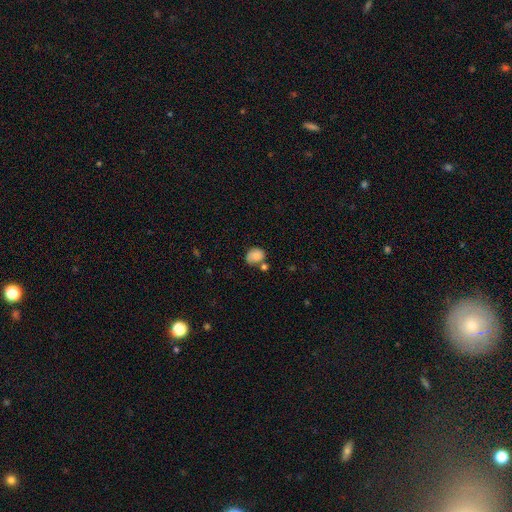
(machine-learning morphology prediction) smooth 77%, featured or disk 14%, star or artifact 9%. Down the decision tree: how rounded — round (52%); merging — none (52%).